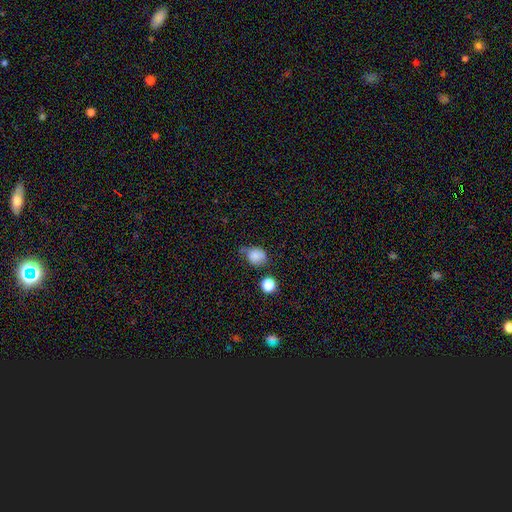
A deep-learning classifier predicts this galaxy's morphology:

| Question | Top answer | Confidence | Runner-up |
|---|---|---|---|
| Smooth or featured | smooth | 78% | star or artifact (12%) |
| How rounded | round | 55% | in between (44%) |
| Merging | none | 44% | minor disturbance (34%) |